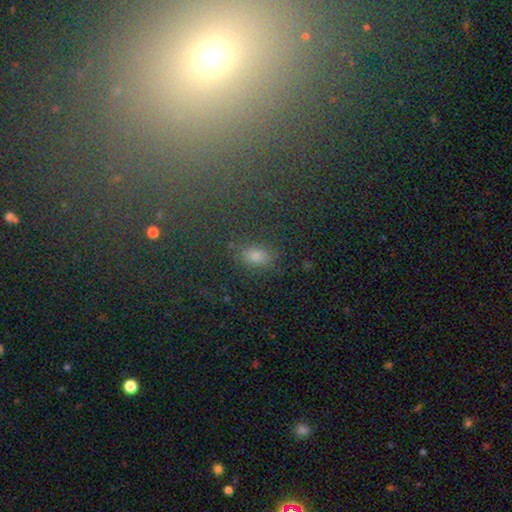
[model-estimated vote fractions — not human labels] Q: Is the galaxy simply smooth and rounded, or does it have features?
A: smooth — 70%.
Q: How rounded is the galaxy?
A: in between — 86%.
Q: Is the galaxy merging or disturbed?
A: none — 84%.